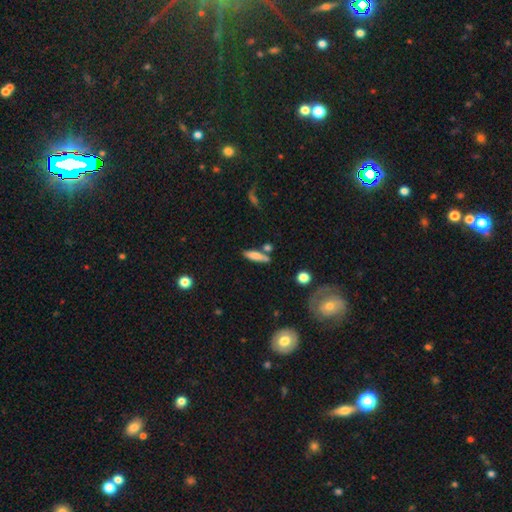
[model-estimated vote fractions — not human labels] smooth-or-featured: smooth: 73% | featured or disk: 19% | star or artifact: 7%
  how-rounded: cigar-shaped: 65% | in between: 33% | round: 3%
  merging: none: 66% | minor disturbance: 15% | merger: 15% | major disturbance: 4%